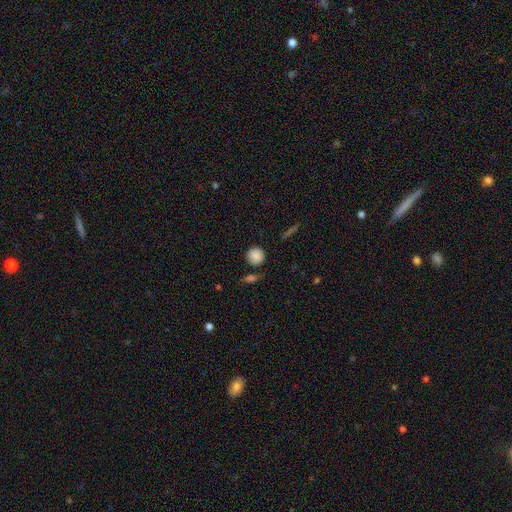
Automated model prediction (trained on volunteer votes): This is clearly a smooth galaxy (86%). How rounded: clearly round (91%). Merging: likely none (79%).